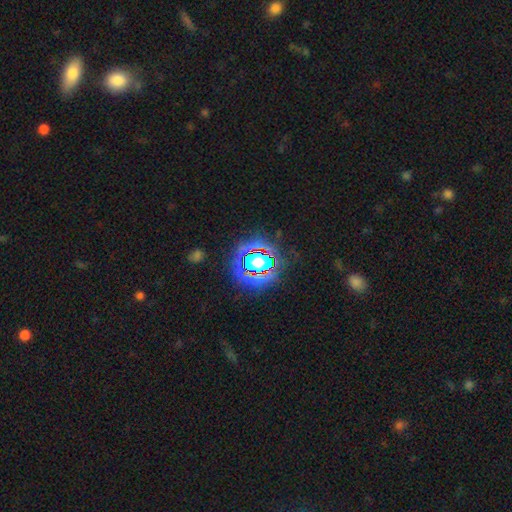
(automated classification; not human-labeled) Smooth or featured? star or artifact (62%)